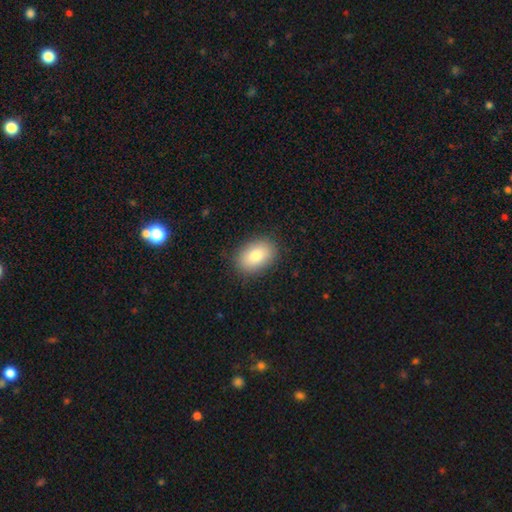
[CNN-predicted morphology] Smooth or featured?
  - smooth: 83% *
  - featured or disk: 9%
  - star or artifact: 8%
How rounded?
  - in between: 85% *
  - round: 14%
  - cigar-shaped: 1%
Merging?
  - none: 88% *
  - minor disturbance: 9%
  - major disturbance: 2%
  - merger: 1%